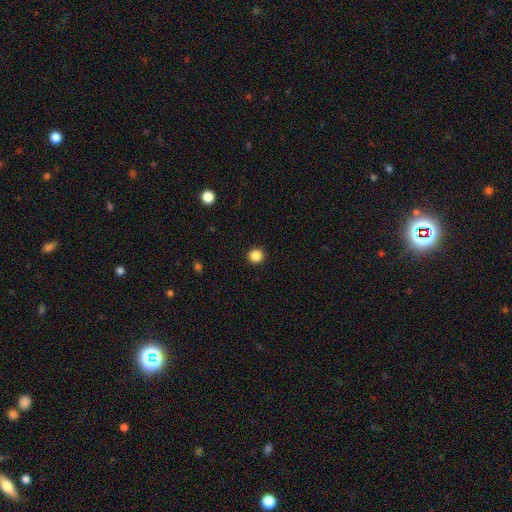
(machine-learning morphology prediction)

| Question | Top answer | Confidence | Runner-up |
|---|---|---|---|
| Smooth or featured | smooth | 86% | star or artifact (11%) |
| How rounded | round | 95% | in between (4%) |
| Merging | none | 93% | minor disturbance (4%) |